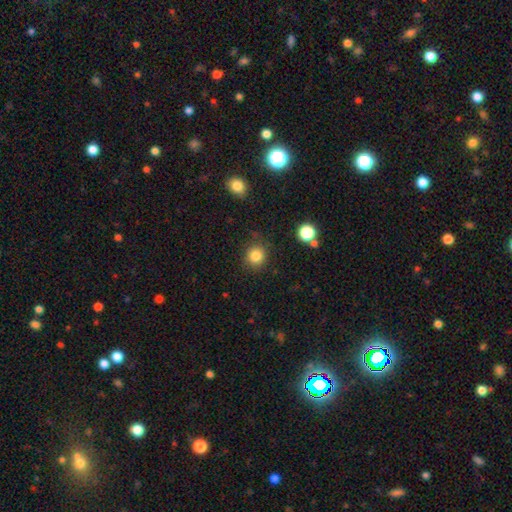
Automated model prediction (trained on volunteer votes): Smooth or featured? smooth (84%)
How rounded? round (90%)
Merging? none (85%)